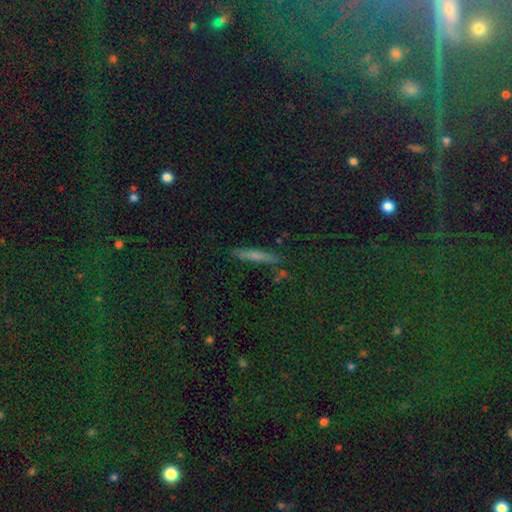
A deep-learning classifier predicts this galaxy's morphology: type=smooth (50%); roundness=cigar-shaped (89%); merging=none (83%).